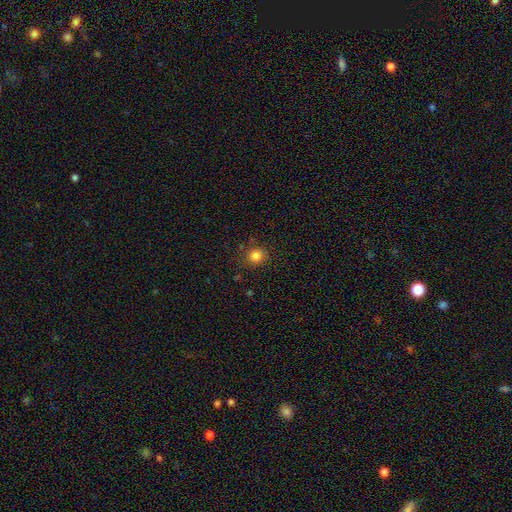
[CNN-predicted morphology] A smooth galaxy with no disk features (82%) that is round (88%). Merging: none (84%).